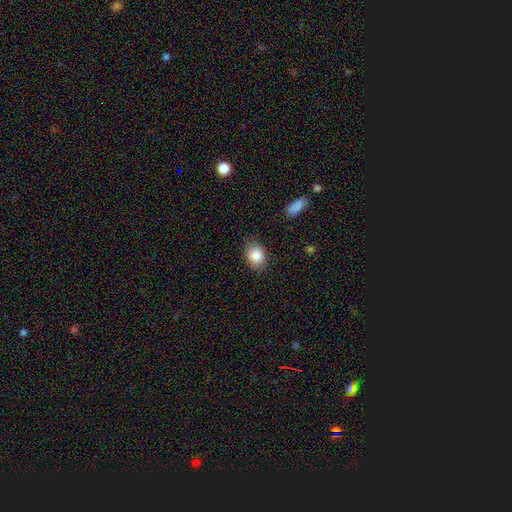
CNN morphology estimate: Smooth or featured? Predicted: smooth (p=0.85). How rounded? Predicted: in between (p=0.58). Merging? Predicted: none (p=0.85).